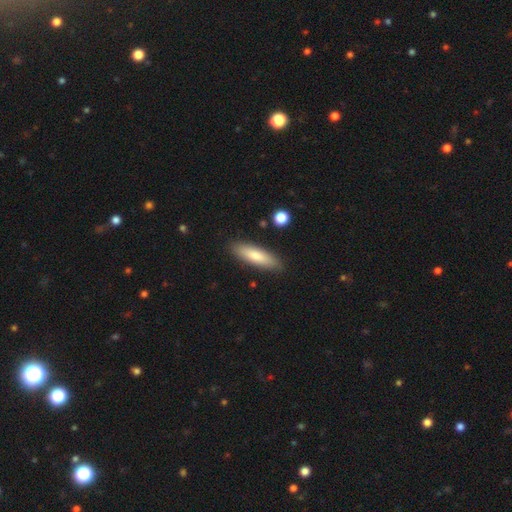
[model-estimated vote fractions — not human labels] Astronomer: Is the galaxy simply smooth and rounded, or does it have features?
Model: smooth — 78%.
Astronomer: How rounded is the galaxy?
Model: cigar-shaped — 59% (runner-up: in between, 39%).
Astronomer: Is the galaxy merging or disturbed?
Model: none — 86%.